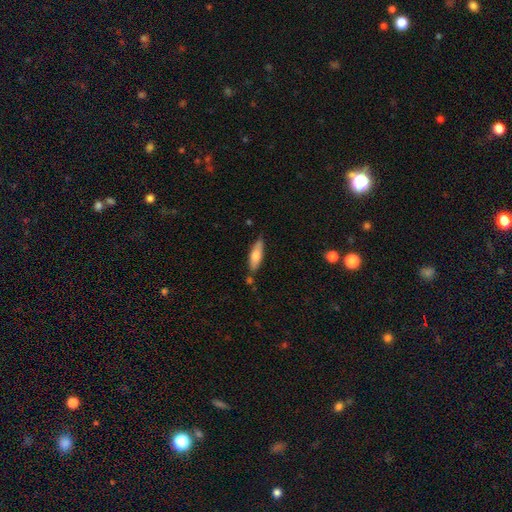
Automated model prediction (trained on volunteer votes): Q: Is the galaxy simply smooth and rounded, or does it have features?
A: smooth — 65%.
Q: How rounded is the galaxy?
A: cigar-shaped — 56%.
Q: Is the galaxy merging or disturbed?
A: none — 73%.